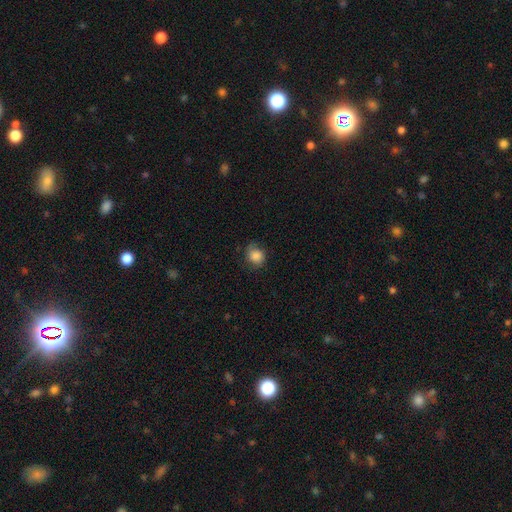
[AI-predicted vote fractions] Morphology: type=smooth (80%); roundness=round (74%); merging=none (66%).